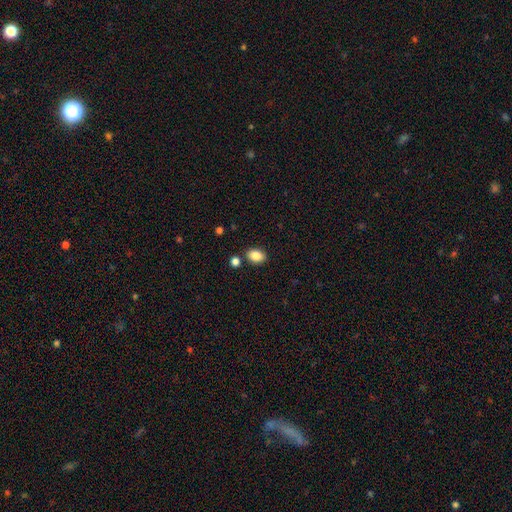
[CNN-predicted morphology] type=smooth (86%); roundness=in between (82%); merging=none (82%).